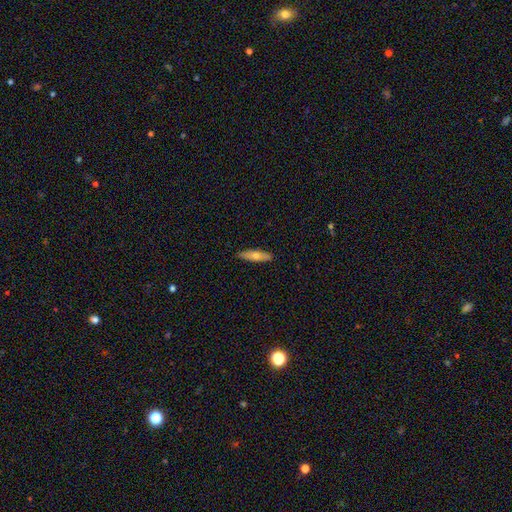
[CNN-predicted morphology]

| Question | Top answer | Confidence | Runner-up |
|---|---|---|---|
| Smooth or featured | smooth | 65% | featured or disk (29%) |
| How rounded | cigar-shaped | 70% | in between (28%) |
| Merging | none | 89% | minor disturbance (8%) |